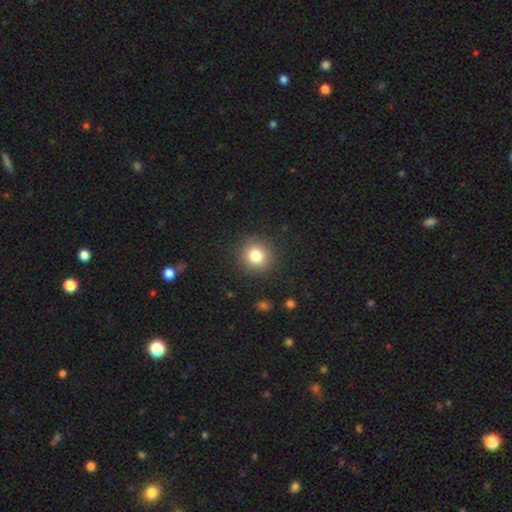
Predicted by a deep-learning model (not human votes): smooth-or-featured: smooth: 82% | star or artifact: 11% | featured or disk: 7%
  how-rounded: round: 91% | in between: 8% | cigar-shaped: 1%
  merging: none: 89% | minor disturbance: 7% | major disturbance: 3% | merger: 1%